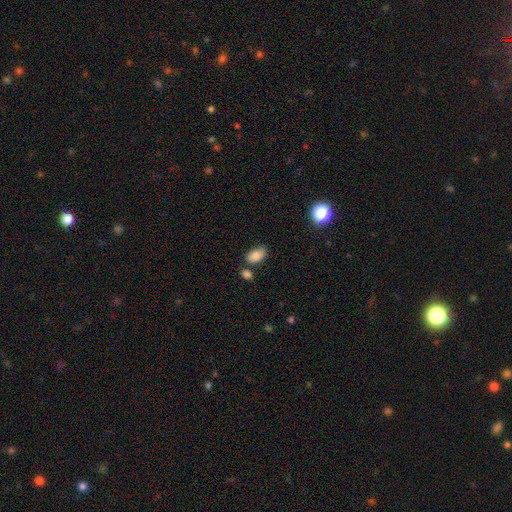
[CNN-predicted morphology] smooth_or_featured: smooth (p=0.84) [alt: star or artifact p=0.09]
how_rounded: in between (p=0.91) [alt: round p=0.08]
merging: none (p=0.57) [alt: minor disturbance p=0.25]